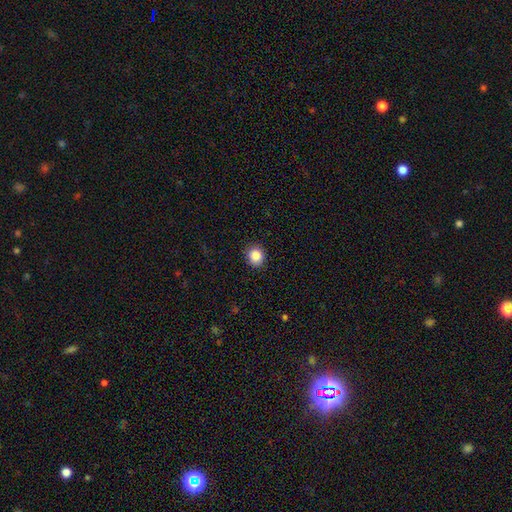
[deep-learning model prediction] smooth-or-featured: smooth: 87% | star or artifact: 9% | featured or disk: 3%
  how-rounded: round: 81% | in between: 18% | cigar-shaped: 1%
  merging: none: 90% | minor disturbance: 7% | major disturbance: 2% | merger: 1%